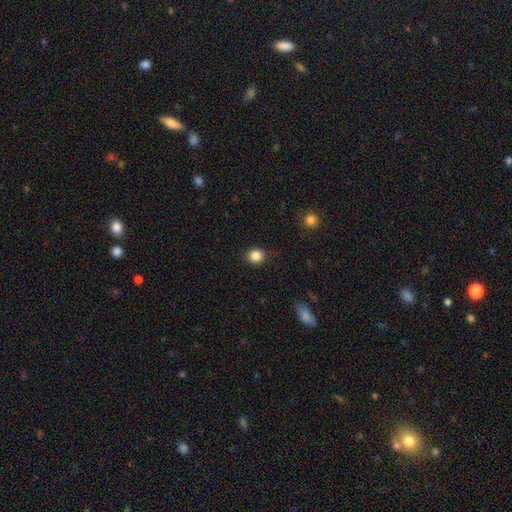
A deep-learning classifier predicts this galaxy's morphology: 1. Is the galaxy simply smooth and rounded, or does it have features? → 85% smooth, 11% star or artifact, 4% featured or disk.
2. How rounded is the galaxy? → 83% round, 16% in between, 1% cigar-shaped.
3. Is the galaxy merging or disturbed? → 86% none, 10% minor disturbance, 3% major disturbance, 1% merger.